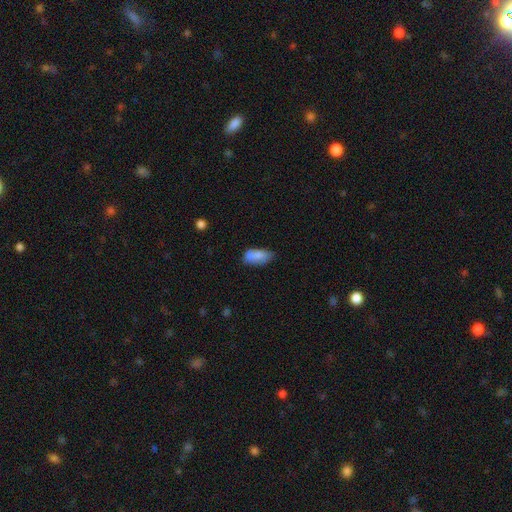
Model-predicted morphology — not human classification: Smooth or featured: smooth — 79% (featured or disk — 13%)
How rounded: in between — 87% (cigar-shaped — 10%)
Merging: none — 52% (minor disturbance — 29%)